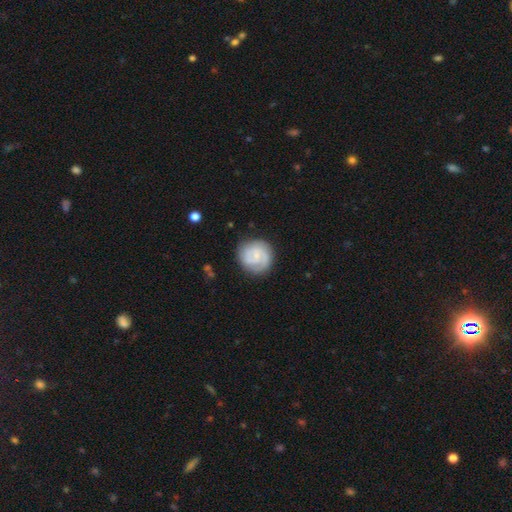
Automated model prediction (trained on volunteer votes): Q: Smooth or featured?
A: featured or disk (65%); runner-up: smooth (29%)
Q: Edge-on disk?
A: no (98%); runner-up: yes (2%)
Q: Bar?
A: no (48%); runner-up: weak (44%)
Q: Spiral arms?
A: yes (90%); runner-up: no (10%)
Q: Spiral winding?
A: tight (52%); runner-up: medium (36%)
Q: Spiral arm count?
A: 2 (57%); runner-up: can't tell (20%)
Q: Bulge size?
A: small (62%); runner-up: moderate (19%)
Q: Merging?
A: none (79%); runner-up: minor disturbance (14%)